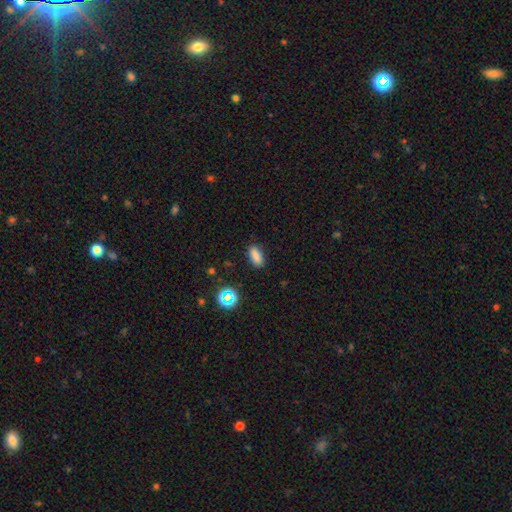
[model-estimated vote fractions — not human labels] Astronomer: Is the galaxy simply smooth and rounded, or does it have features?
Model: smooth — 82%.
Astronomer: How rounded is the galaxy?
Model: in between — 81%.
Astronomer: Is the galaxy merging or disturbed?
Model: none — 87%.